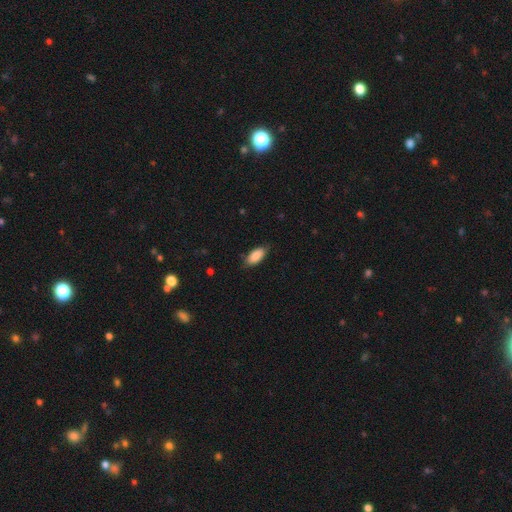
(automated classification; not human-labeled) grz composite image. It shows a smooth galaxy with no disk features (88%) that is in between round and cigar-shaped (90%). Merging: none (78%).